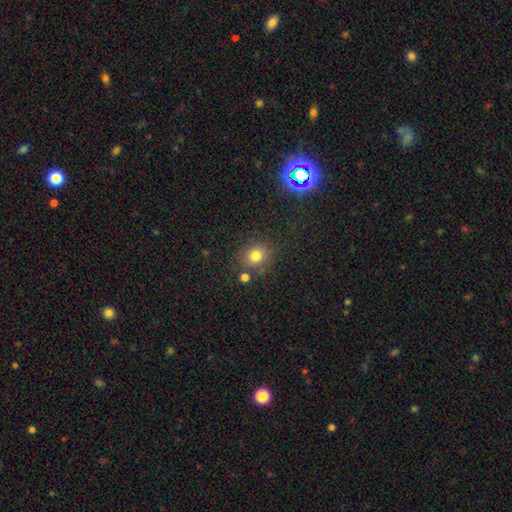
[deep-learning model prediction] smooth 78%, star or artifact 15%, featured or disk 7%. Down the decision tree: how rounded — round (78%); merging — none (77%).